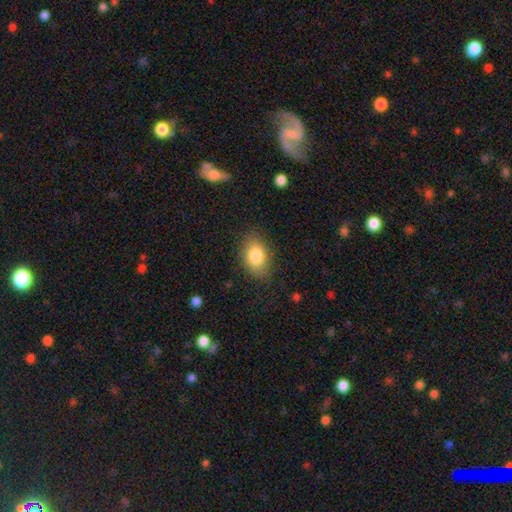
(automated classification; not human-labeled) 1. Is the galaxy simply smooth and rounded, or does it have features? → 82% smooth, 10% featured or disk, 8% star or artifact.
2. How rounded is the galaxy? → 87% in between, 12% round, 2% cigar-shaped.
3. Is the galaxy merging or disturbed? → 82% none, 13% minor disturbance, 4% major disturbance, 1% merger.